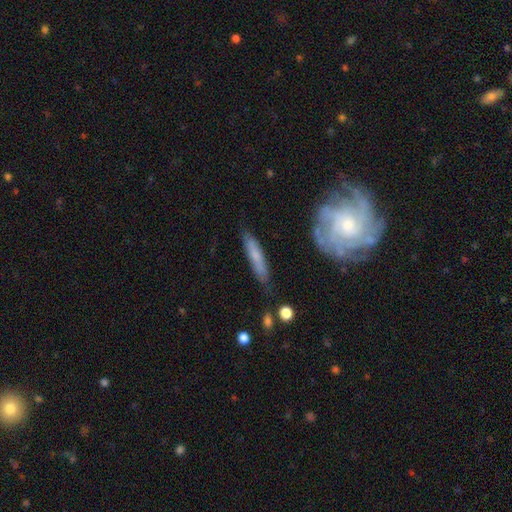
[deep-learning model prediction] smooth-or-featured: smooth: 55% | featured or disk: 39% | star or artifact: 7%
  how-rounded: cigar-shaped: 87% | in between: 10% | round: 2%
  merging: none: 81% | minor disturbance: 13% | major disturbance: 3% | merger: 2%